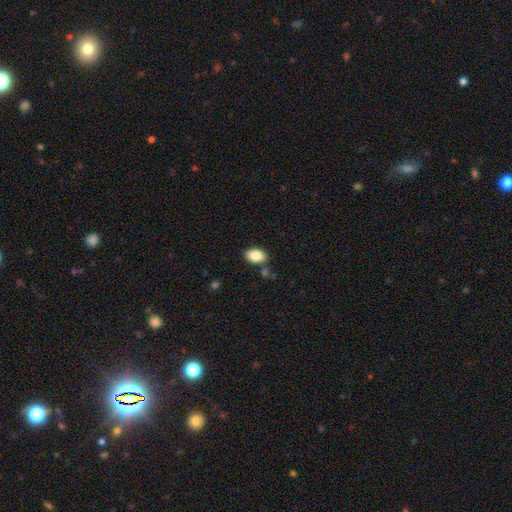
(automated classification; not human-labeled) smooth-or-featured: smooth: 87% | star or artifact: 8% | featured or disk: 5%
  how-rounded: in between: 87% | round: 11% | cigar-shaped: 1%
  merging: none: 81% | minor disturbance: 11% | merger: 5% | major disturbance: 3%